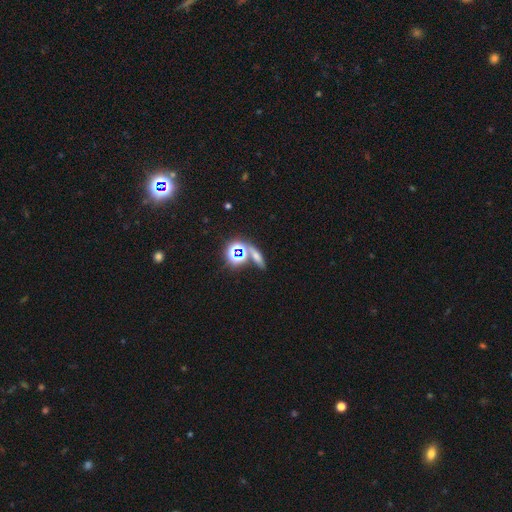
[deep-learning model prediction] smooth-or-featured: smooth: 42% | star or artifact: 37% | featured or disk: 20%
  merging: none: 68% | merger: 16% | minor disturbance: 11% | major disturbance: 5%